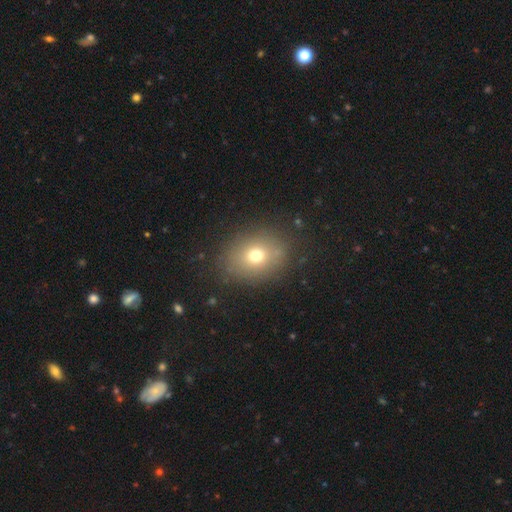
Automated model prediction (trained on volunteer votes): Smooth or featured? smooth (70%)
How rounded? round (53%)
Merging? none (83%)